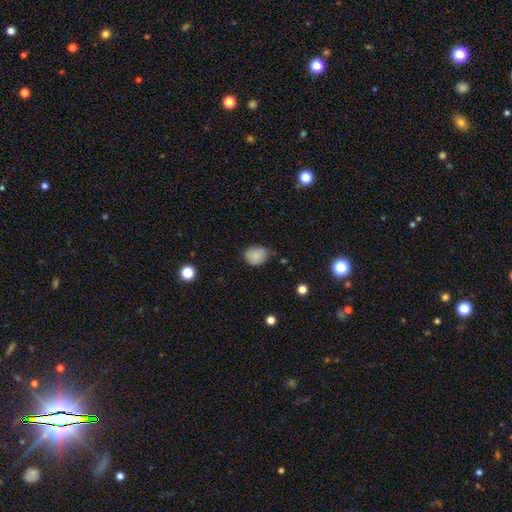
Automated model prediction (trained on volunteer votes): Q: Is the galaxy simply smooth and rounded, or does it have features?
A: smooth — 82%.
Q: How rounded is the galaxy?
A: round — 60%.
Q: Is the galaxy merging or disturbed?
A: none — 54%.